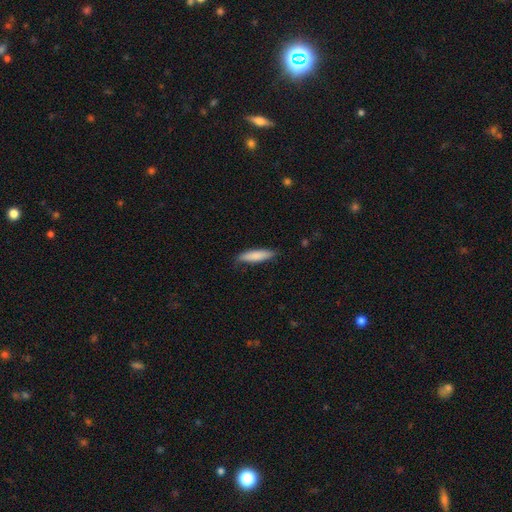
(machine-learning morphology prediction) Smooth or featured? smooth (83%)
How rounded? cigar-shaped (74%)
Merging? none (80%)